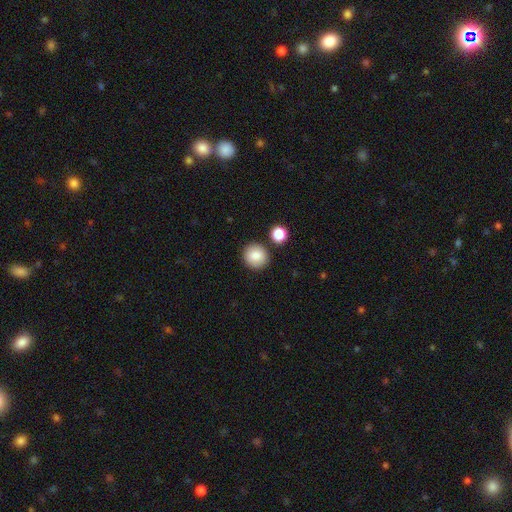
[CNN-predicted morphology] A smooth galaxy with no disk features (85%) that is round (91%).

Vote fractions:
- Smooth or featured? smooth: 85% / star or artifact: 9% / featured or disk: 7%
- How rounded? round: 91% / in between: 8% / cigar-shaped: 1%
- Merging? none: 86% / minor disturbance: 7% / merger: 5% / major disturbance: 2%